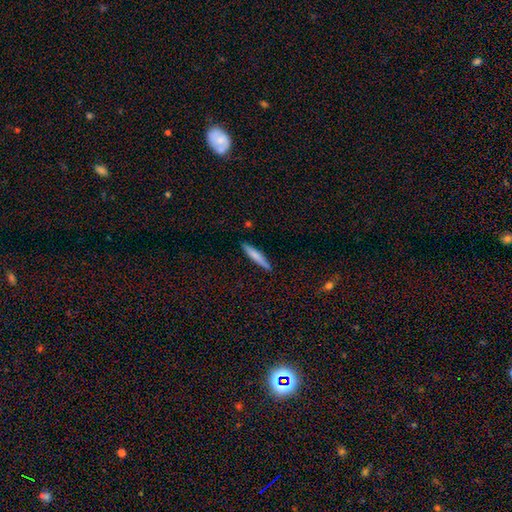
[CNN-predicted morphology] This appears to be a smooth galaxy with no disk features (74%) that is cigar-shaped (91%). Merging: none (87%).